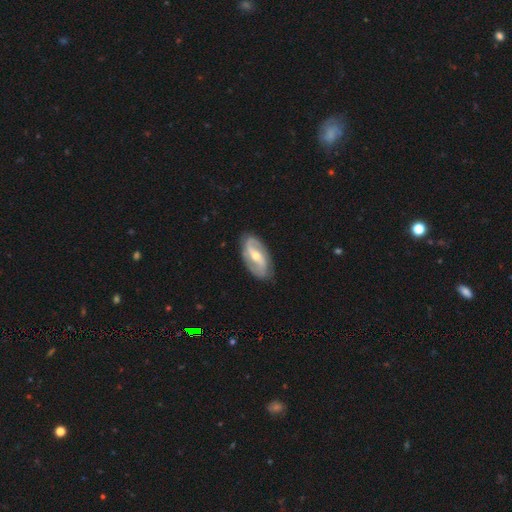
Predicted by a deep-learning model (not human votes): Smooth or featured: featured or disk — 84% (smooth — 12%)
Edge-on disk: no — 95% (yes — 5%)
Bar: strong — 40% (weak — 38%)
Spiral arms: yes — 92% (no — 8%)
Spiral winding: medium — 43% (loose — 31%)
Spiral arm count: 2 — 88% (can't tell — 6%)
Bulge size: moderate — 57% (small — 39%)
Merging: none — 83% (minor disturbance — 13%)